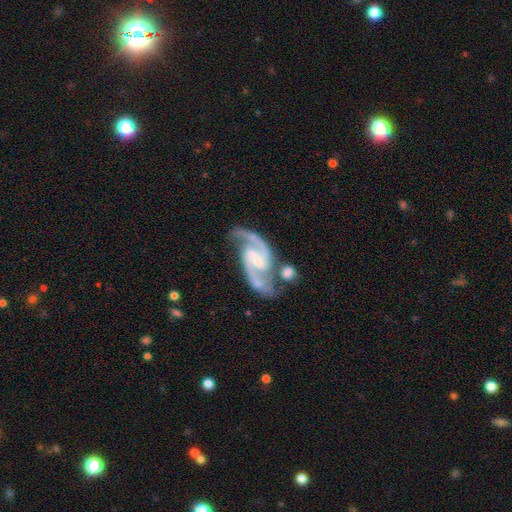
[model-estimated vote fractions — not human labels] This is clearly a featured or disk galaxy (93%). It is clearly not viewed edge-on (98%). Bar: possibly weak (46%). Spiral arm pattern: clearly yes (99%). Spiral arm count: clearly 2 (94%). Spiral winding: likely medium (63%). Central bulge: possibly small (55%). Merging: likely none (65%).